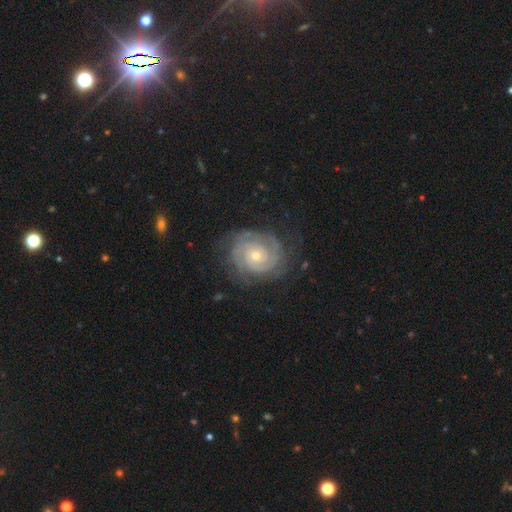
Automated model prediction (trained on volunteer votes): Smooth or featured?
  - featured or disk: 88% *
  - smooth: 6%
  - star or artifact: 5%
Edge-on disk?
  - no: 98% *
  - yes: 2%
Bar?
  - no: 77% *
  - weak: 18%
  - strong: 5%
Spiral arms?
  - yes: 97% *
  - no: 3%
Spiral winding?
  - tight: 79% *
  - medium: 18%
  - loose: 3%
Spiral arm count?
  - 2: 42% *
  - 3: 20%
  - can't tell: 20%
  - 4: 8%
  - more than 4: 5%
  - 1: 5%
Bulge size?
  - small: 56% *
  - moderate: 40%
  - large: 2%
  - none: 1%
  - dominant: 1%
Merging?
  - none: 77% *
  - minor disturbance: 16%
  - major disturbance: 6%
  - merger: 1%